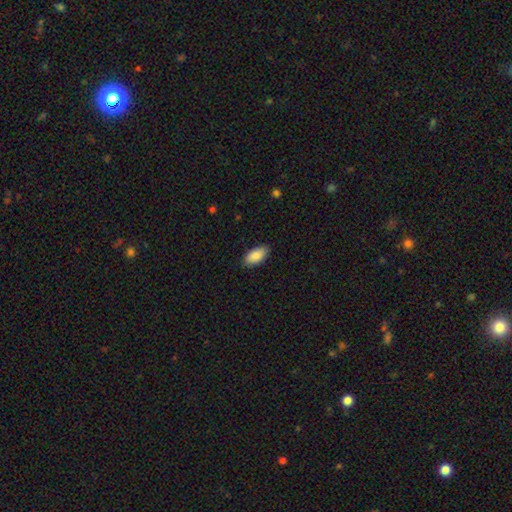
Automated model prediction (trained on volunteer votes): smooth-or-featured: smooth: 89% | star or artifact: 6% | featured or disk: 5%
  how-rounded: in between: 93% | cigar-shaped: 5% | round: 2%
  merging: none: 87% | minor disturbance: 10% | major disturbance: 2% | merger: 1%